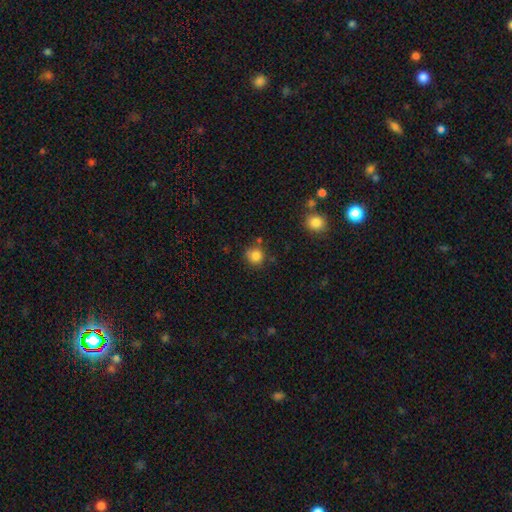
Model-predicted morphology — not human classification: This is clearly a smooth galaxy (83%). How rounded: clearly round (87%). Merging: likely none (72%).